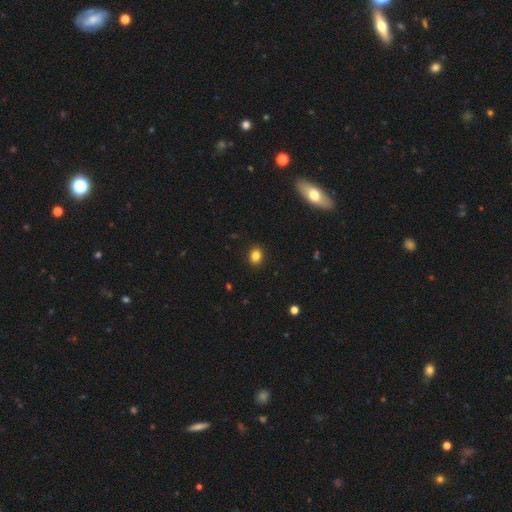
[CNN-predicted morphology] This is clearly a smooth galaxy (84%). How rounded: possibly round (51%). Merging: clearly none (91%).